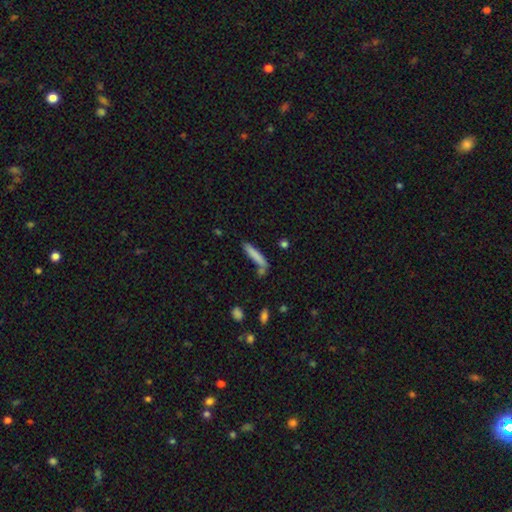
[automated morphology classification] type=smooth (79%); roundness=cigar-shaped (89%); merging=none (67%).